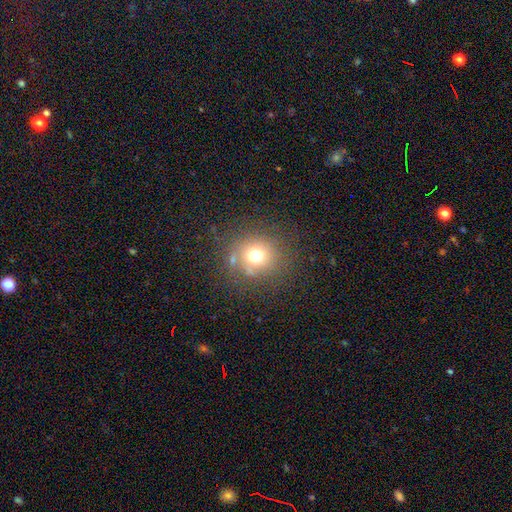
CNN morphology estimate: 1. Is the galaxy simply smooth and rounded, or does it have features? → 69% smooth, 19% star or artifact, 13% featured or disk.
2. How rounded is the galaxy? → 89% round, 11% in between, 1% cigar-shaped.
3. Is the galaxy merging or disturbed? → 77% none, 12% minor disturbance, 6% major disturbance, 5% merger.